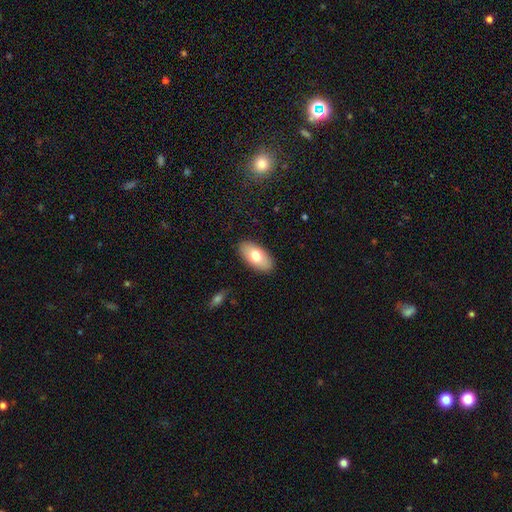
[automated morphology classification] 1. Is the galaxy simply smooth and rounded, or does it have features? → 74% smooth, 20% featured or disk, 6% star or artifact.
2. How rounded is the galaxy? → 94% in between, 4% cigar-shaped, 3% round.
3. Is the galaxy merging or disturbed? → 88% none, 9% minor disturbance, 2% major disturbance, 1% merger.